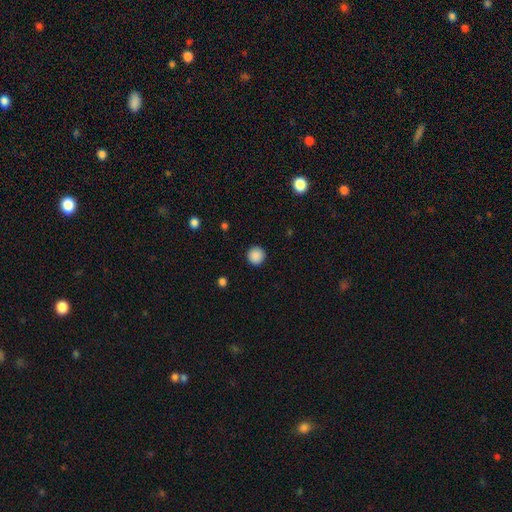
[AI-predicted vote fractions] Smooth or featured: smooth — 89% (star or artifact — 9%)
How rounded: round — 95% (in between — 4%)
Merging: none — 93% (minor disturbance — 5%)